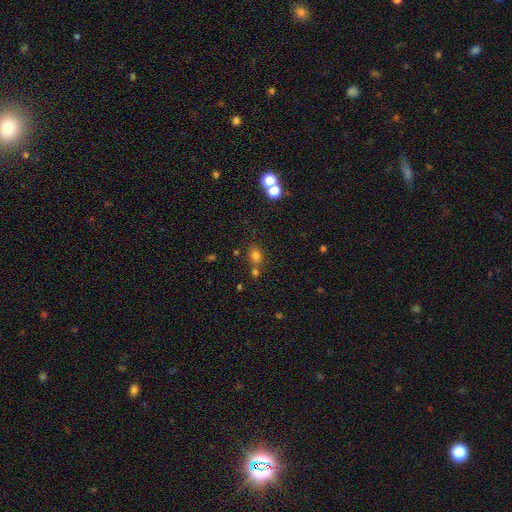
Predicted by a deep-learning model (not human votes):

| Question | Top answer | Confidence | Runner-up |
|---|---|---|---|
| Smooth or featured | smooth | 74% | star or artifact (18%) |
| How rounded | in between | 54% | round (45%) |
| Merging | none | 61% | merger (24%) |